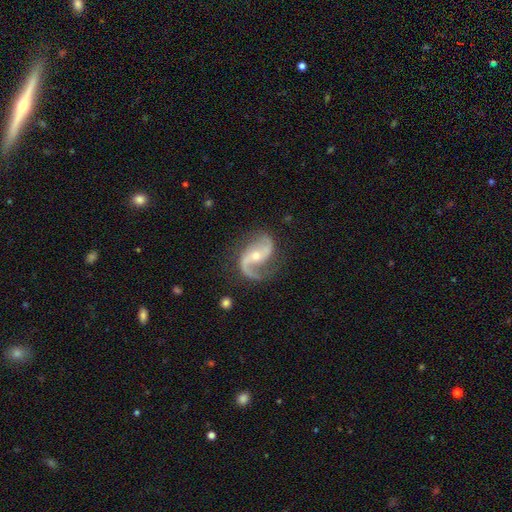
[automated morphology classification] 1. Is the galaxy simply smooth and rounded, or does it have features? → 91% featured or disk, 5% star or artifact, 4% smooth.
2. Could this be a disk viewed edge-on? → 98% no, 2% yes.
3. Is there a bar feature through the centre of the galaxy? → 44% no, 36% weak, 20% strong.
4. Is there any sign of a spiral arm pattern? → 98% yes, 2% no.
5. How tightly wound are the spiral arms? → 54% loose, 38% medium, 8% tight.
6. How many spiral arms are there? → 91% 2, 4% 1, 2% can't tell, 1% 3, 1% 4, 1% more than 4.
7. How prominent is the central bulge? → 49% moderate, 47% small, 2% large, 2% none, 1% dominant.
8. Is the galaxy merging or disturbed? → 75% none, 16% minor disturbance, 8% major disturbance, 2% merger.